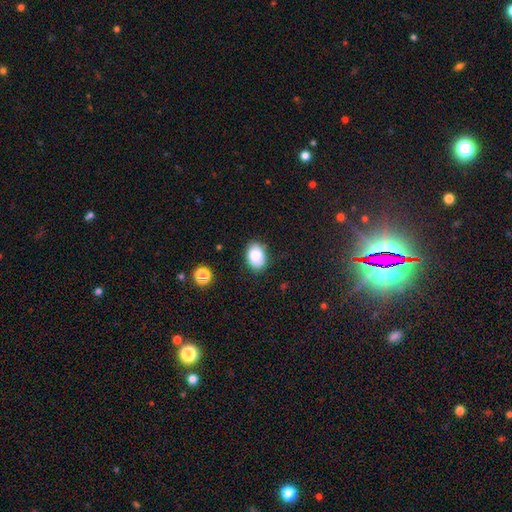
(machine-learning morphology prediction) Overall: smooth (85%). How rounded: in between (81%). Merging: none (82%).